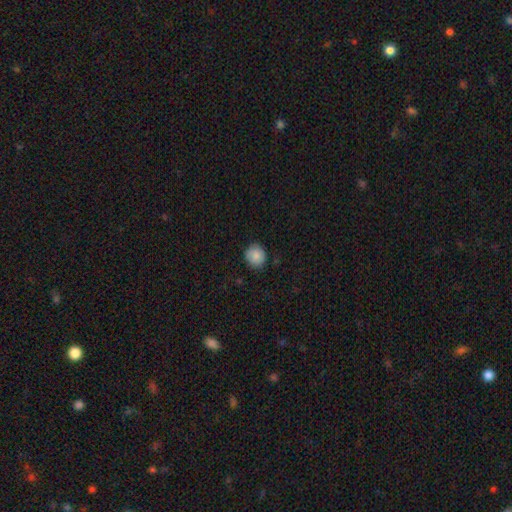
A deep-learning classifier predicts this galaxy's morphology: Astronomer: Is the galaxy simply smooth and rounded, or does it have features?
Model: smooth — 86%.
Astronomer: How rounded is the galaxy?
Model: round — 87%.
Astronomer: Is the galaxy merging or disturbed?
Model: none — 85%.